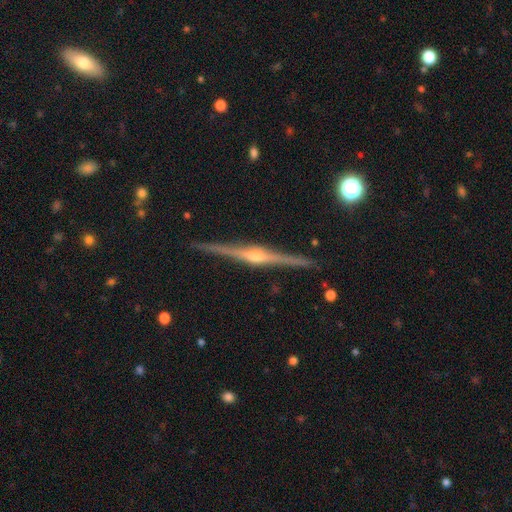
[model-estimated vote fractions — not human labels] This is clearly a featured or disk galaxy (88%). It is clearly viewed edge-on (99%). Edge-on bulge: clearly rounded (90%). Merging: clearly none (91%).